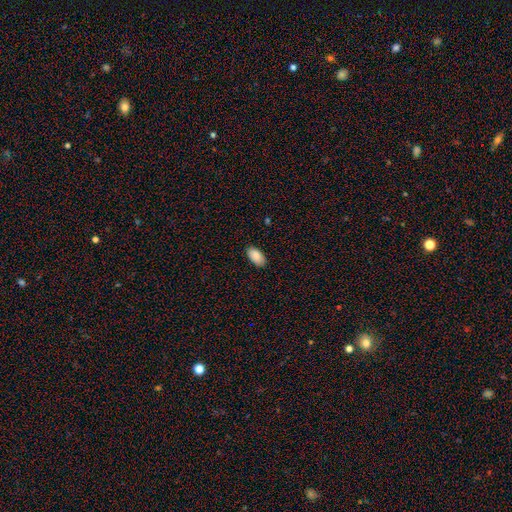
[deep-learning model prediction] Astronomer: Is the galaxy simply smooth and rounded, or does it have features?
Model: smooth — 90%.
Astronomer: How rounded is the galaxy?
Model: in between — 95%.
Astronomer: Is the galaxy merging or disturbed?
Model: none — 88%.